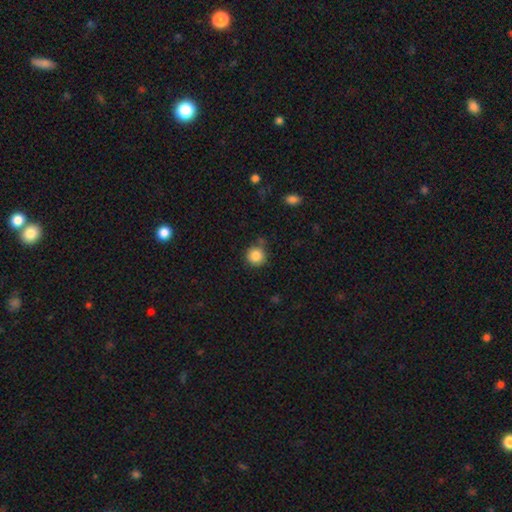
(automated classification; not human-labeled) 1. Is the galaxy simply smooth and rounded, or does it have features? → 86% smooth, 10% star or artifact, 5% featured or disk.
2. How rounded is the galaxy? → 93% round, 6% in between, 1% cigar-shaped.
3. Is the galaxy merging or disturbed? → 77% none, 14% minor disturbance, 6% merger, 4% major disturbance.